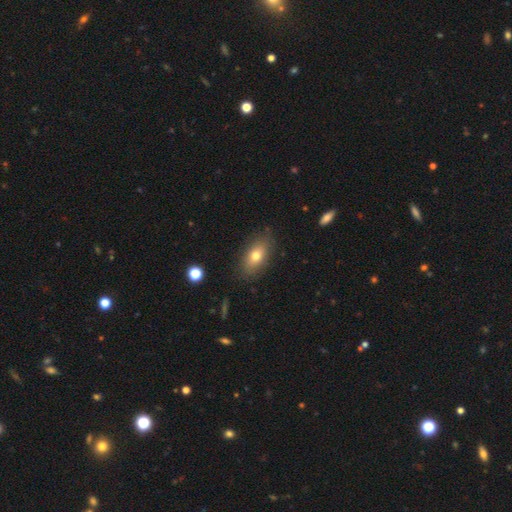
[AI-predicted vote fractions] Smooth or featured: smooth — 72% (featured or disk — 19%)
How rounded: in between — 84% (round — 10%)
Merging: none — 83% (minor disturbance — 12%)